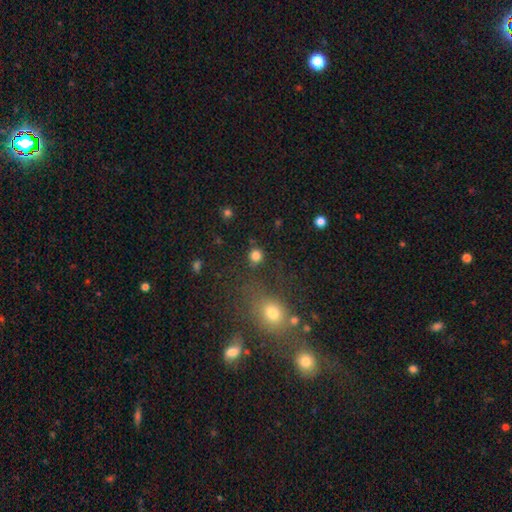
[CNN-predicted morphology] A smooth galaxy with no disk features (82%) that is round (88%). Merging: none (82%).